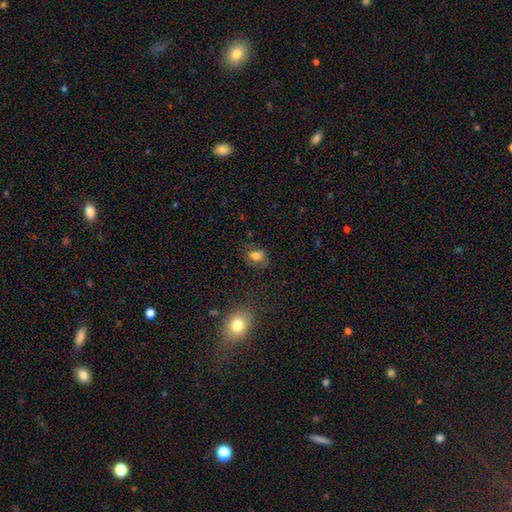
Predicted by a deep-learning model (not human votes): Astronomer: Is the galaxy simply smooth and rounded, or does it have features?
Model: smooth — 67%.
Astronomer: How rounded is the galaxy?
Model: in between — 61% (runner-up: round, 38%).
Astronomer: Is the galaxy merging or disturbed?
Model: none — 66%.